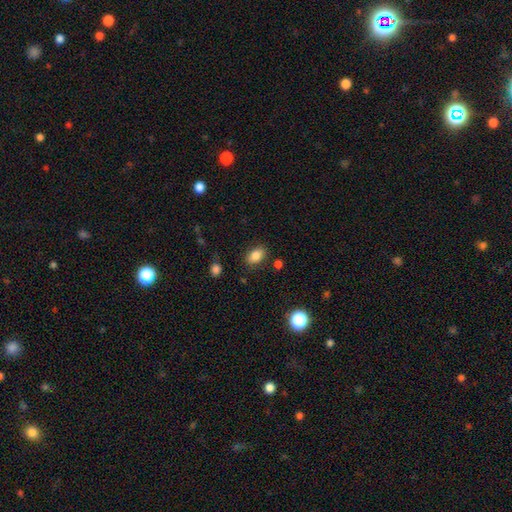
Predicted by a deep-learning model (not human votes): The model was most divided on "merging": none: 84%, minor disturbance: 11%, major disturbance: 3%, merger: 2%. More confident: how rounded — in between (86%); smooth or featured — smooth (84%).